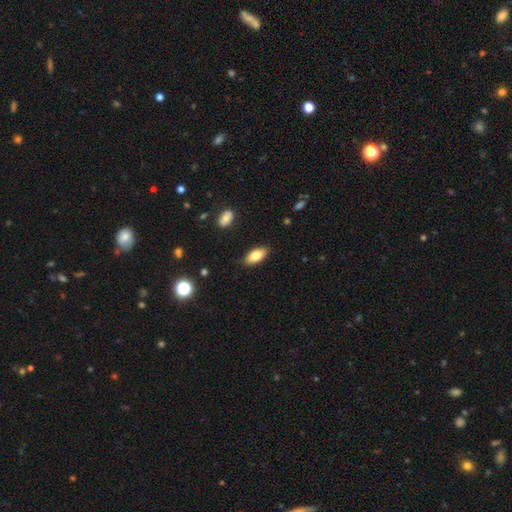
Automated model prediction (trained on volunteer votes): Q: Smooth or featured?
A: smooth (81%); runner-up: featured or disk (12%)
Q: How rounded?
A: in between (88%); runner-up: cigar-shaped (10%)
Q: Merging?
A: none (87%); runner-up: minor disturbance (10%)